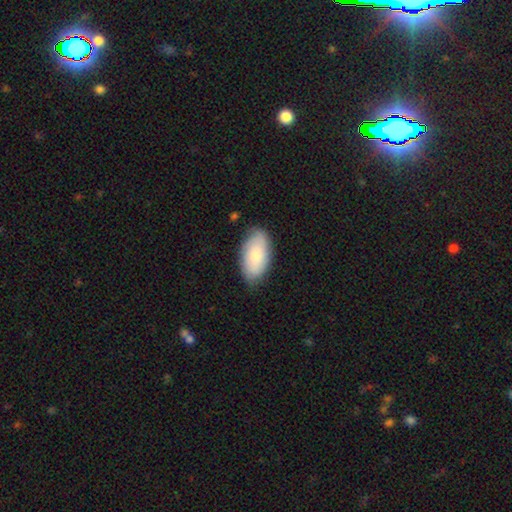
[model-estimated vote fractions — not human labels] A smooth galaxy with no disk features (76%) that is in between round and cigar-shaped (95%). Merging: none (78%).